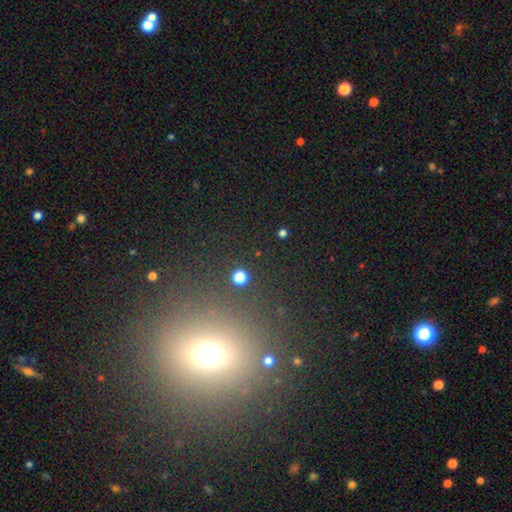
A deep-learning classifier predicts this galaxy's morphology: Smooth or featured: smooth — 46% (star or artifact — 44%)
Merging: none — 86% (minor disturbance — 7%)